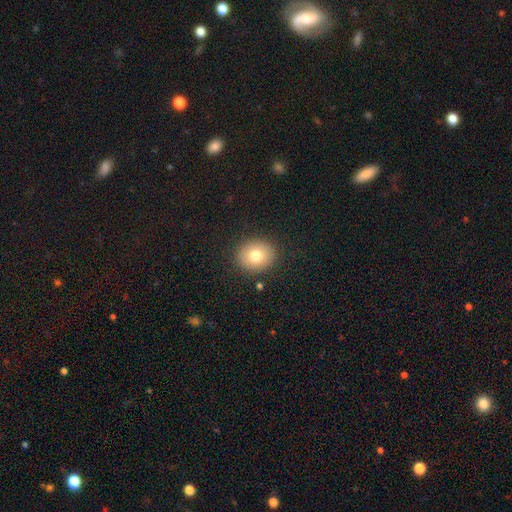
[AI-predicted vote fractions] smooth_or_featured: smooth (p=0.77) [alt: featured or disk p=0.13]
how_rounded: round (p=0.69) [alt: in between p=0.31]
merging: none (p=0.88) [alt: minor disturbance p=0.08]